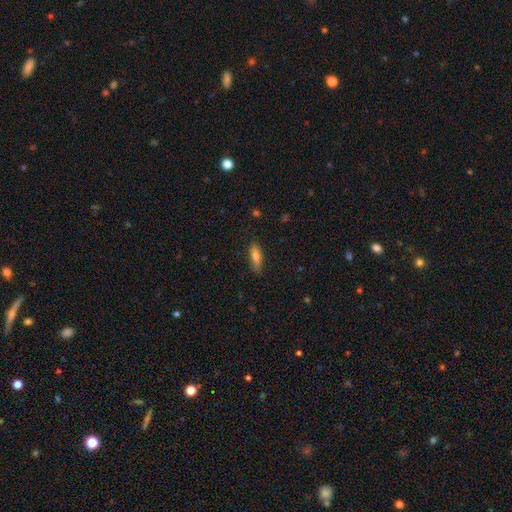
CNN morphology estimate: Smooth or featured? smooth (76%)
How rounded? in between (51%)
Merging? none (81%)